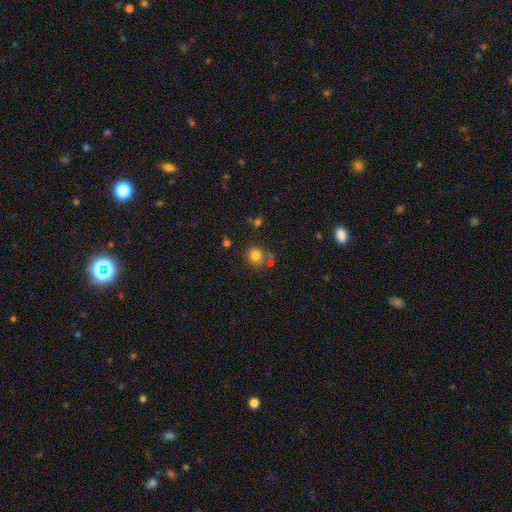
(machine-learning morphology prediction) A smooth galaxy with no disk features (79%) that is round (80%).

Vote fractions:
- Smooth or featured? smooth: 79% / star or artifact: 13% / featured or disk: 8%
- How rounded? round: 80% / in between: 19% / cigar-shaped: 1%
- Merging? none: 66% / merger: 15% / minor disturbance: 14% / major disturbance: 5%